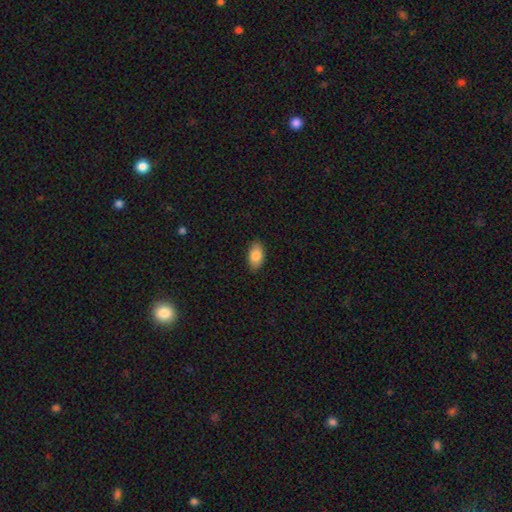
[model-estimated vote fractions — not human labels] smooth-or-featured: smooth: 86% | featured or disk: 7% | star or artifact: 7%
  how-rounded: in between: 93% | round: 4% | cigar-shaped: 3%
  merging: none: 86% | minor disturbance: 11% | major disturbance: 2% | merger: 1%